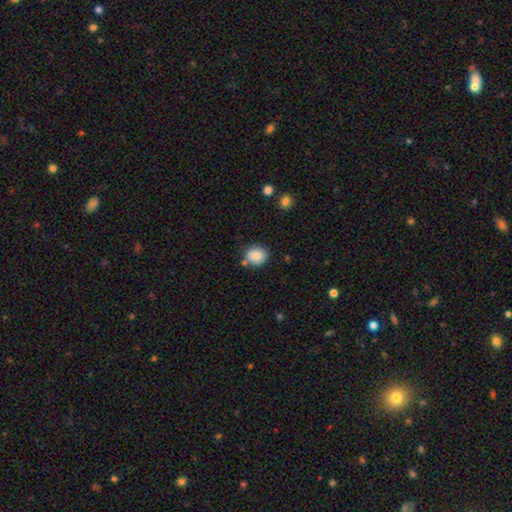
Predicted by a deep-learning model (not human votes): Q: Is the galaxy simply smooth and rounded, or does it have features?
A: smooth — 85%.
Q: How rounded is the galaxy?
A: round — 77%.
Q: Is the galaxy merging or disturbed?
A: none — 73%.